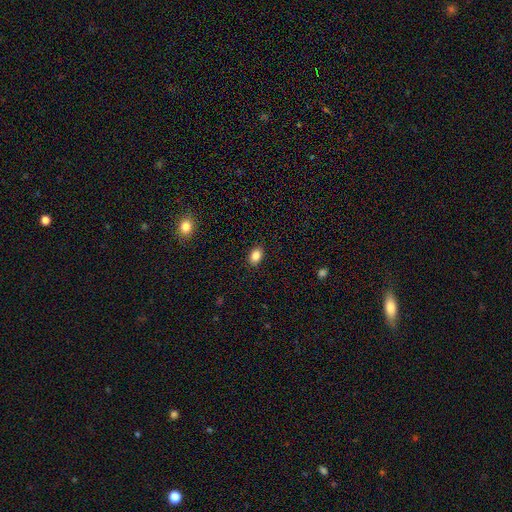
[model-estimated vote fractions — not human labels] A smooth galaxy with no disk features (85%) that is in between round and cigar-shaped (77%). Merging: none (89%).